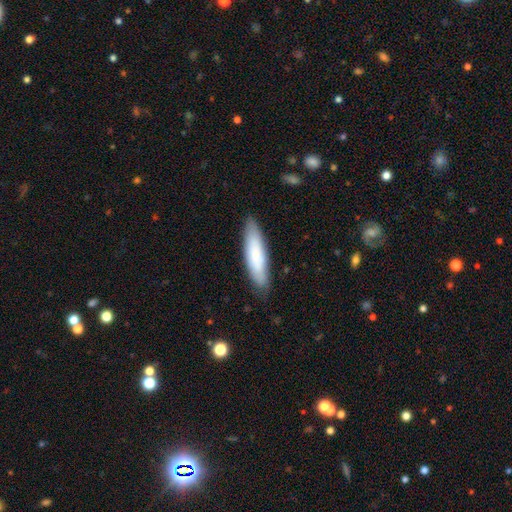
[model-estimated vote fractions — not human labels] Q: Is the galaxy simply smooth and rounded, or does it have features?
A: smooth — 75%.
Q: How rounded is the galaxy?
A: cigar-shaped — 69%.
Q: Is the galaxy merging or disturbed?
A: none — 84%.